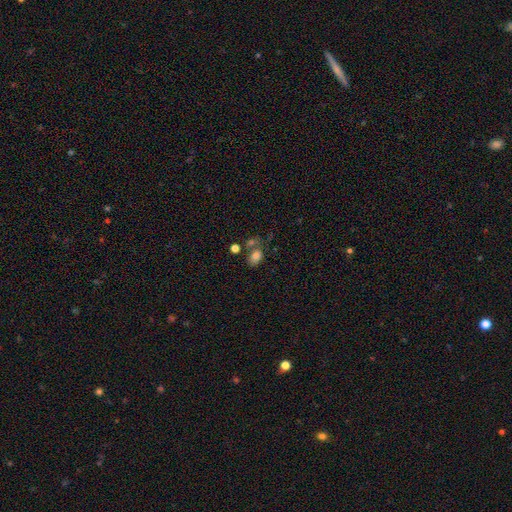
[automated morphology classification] Smooth or featured?
  - smooth: 78% *
  - star or artifact: 12%
  - featured or disk: 10%
How rounded?
  - in between: 77% *
  - round: 21%
  - cigar-shaped: 1%
Merging?
  - none: 45% *
  - merger: 29%
  - minor disturbance: 16%
  - major disturbance: 10%